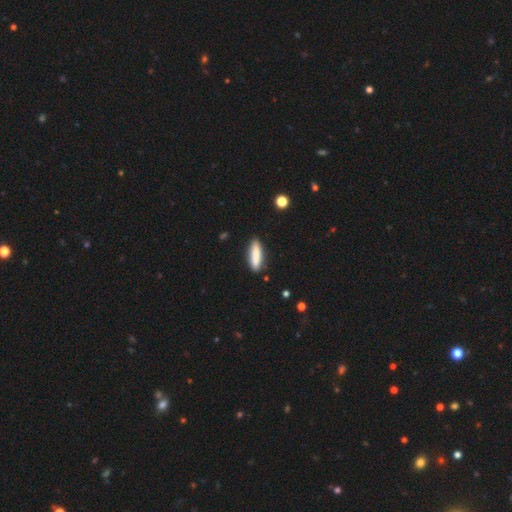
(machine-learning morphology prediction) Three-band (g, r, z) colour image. It shows a smooth galaxy with no disk features (85%) that is cigar-shaped (65%). Merging: none (85%).